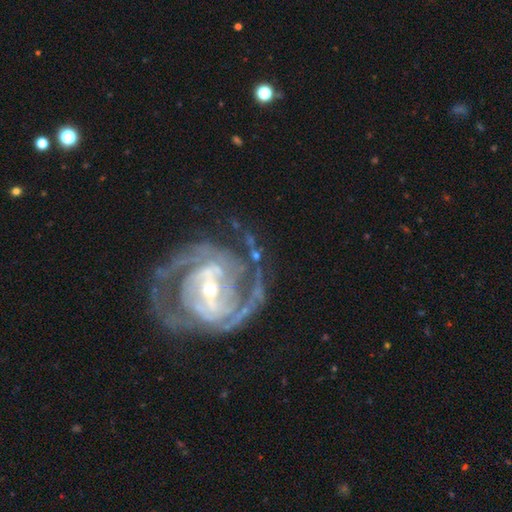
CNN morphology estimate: type=featured or disk (90%); edge-on=no (97%); bar=strong (56%); spiral arms=yes (97%); winding=tight (49%); arm count=2 (47%); bulge=small (67%); merging=none (60%).